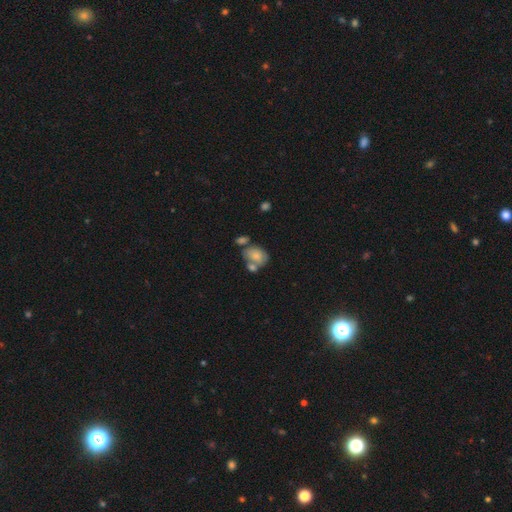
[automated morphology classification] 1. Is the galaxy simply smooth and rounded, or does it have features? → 70% smooth, 21% featured or disk, 9% star or artifact.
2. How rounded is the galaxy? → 66% in between, 33% round, 1% cigar-shaped.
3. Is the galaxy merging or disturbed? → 42% merger, 32% none, 17% minor disturbance, 9% major disturbance.